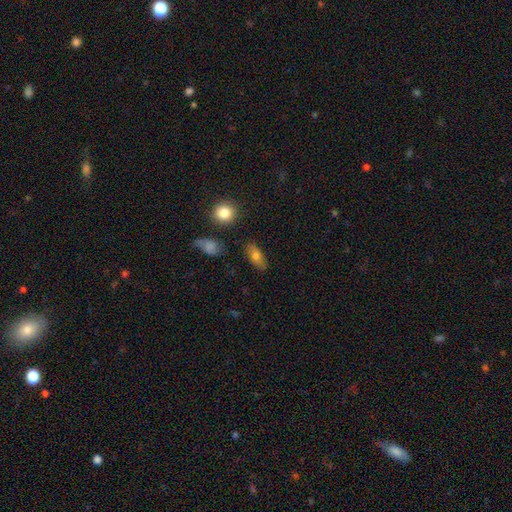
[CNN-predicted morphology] type=smooth (72%); roundness=in between (82%); merging=none (81%).